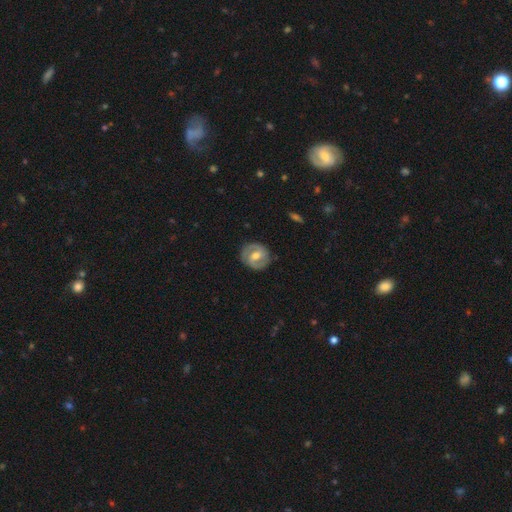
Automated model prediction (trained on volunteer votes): Smooth or featured: featured or disk — 73% (smooth — 22%)
Edge-on disk: no — 97% (yes — 3%)
Bar: weak — 51% (no — 24%)
Spiral arms: yes — 84% (no — 16%)
Spiral winding: medium — 44% (tight — 43%)
Spiral arm count: 2 — 87% (can't tell — 7%)
Bulge size: moderate — 71% (small — 19%)
Merging: none — 85% (minor disturbance — 11%)